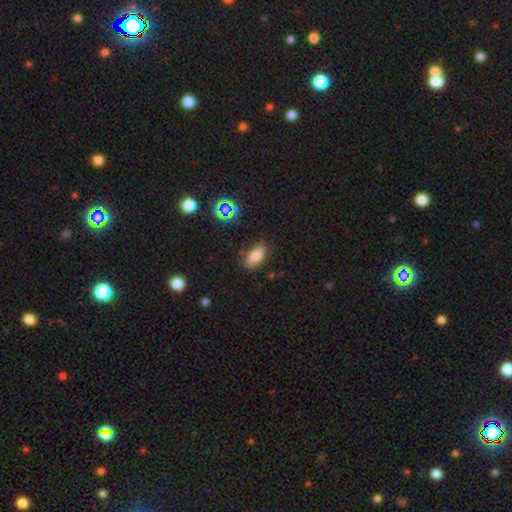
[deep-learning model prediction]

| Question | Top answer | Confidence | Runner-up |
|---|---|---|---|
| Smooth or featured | smooth | 75% | featured or disk (13%) |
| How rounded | in between | 86% | cigar-shaped (10%) |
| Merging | none | 81% | minor disturbance (14%) |